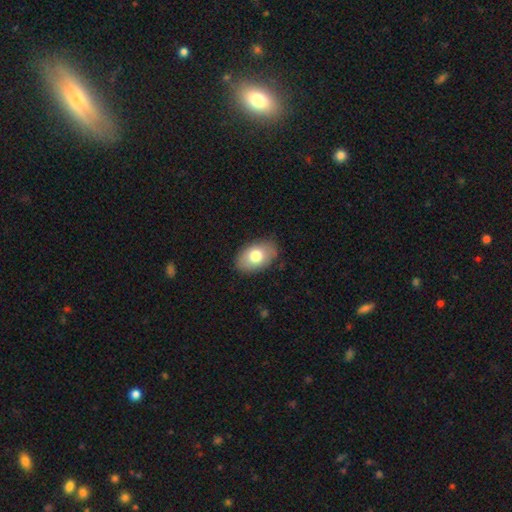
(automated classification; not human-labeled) Smooth or featured?
  - smooth: 76% *
  - featured or disk: 17%
  - star or artifact: 7%
How rounded?
  - in between: 91% *
  - round: 8%
  - cigar-shaped: 1%
Merging?
  - none: 86% *
  - minor disturbance: 11%
  - major disturbance: 3%
  - merger: 1%